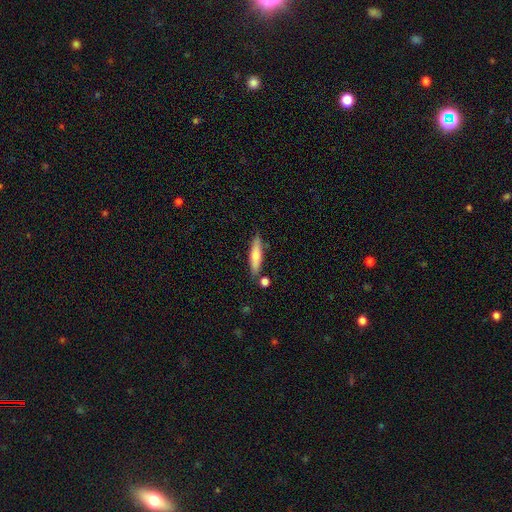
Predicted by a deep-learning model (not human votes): Q: Smooth or featured?
A: smooth (63%); runner-up: featured or disk (31%)
Q: How rounded?
A: cigar-shaped (79%); runner-up: in between (19%)
Q: Merging?
A: none (78%); runner-up: minor disturbance (13%)